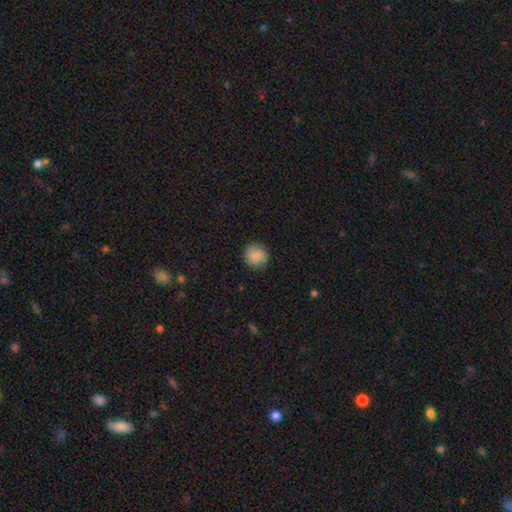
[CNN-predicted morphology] Overall: smooth (80%). How rounded: round (89%). Merging: none (85%).